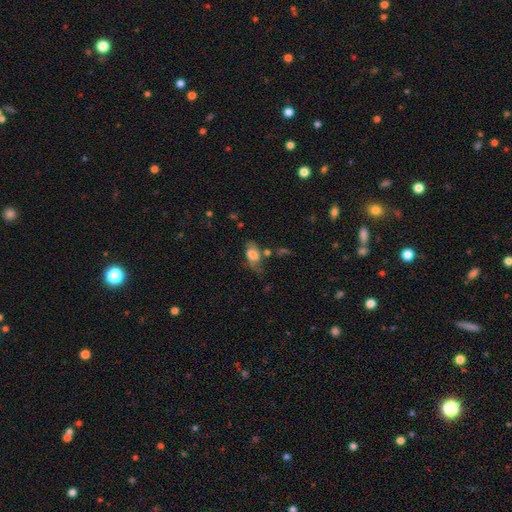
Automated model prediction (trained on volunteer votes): Smooth or featured? smooth (51%)
How rounded? in between (79%)
Merging? none (44%)